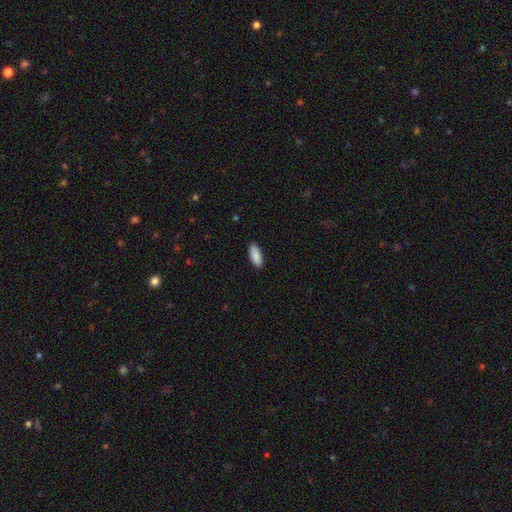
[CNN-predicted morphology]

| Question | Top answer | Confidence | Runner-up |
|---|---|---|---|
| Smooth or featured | smooth | 90% | star or artifact (6%) |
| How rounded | in between | 81% | cigar-shaped (18%) |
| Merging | none | 89% | minor disturbance (8%) |